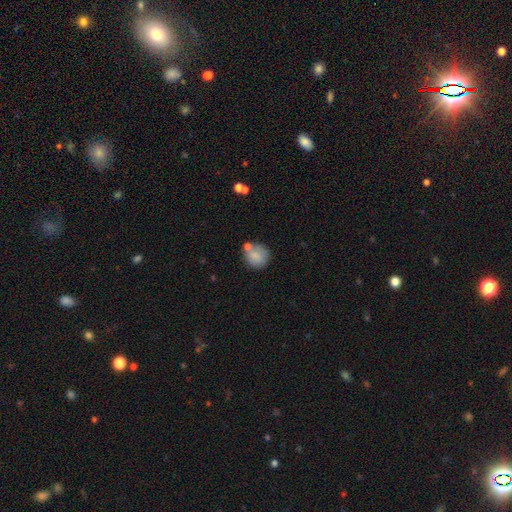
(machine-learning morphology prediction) smooth-or-featured: smooth: 79% | featured or disk: 13% | star or artifact: 8%
  how-rounded: round: 84% | in between: 15% | cigar-shaped: 1%
  merging: none: 57% | merger: 19% | minor disturbance: 18% | major disturbance: 6%